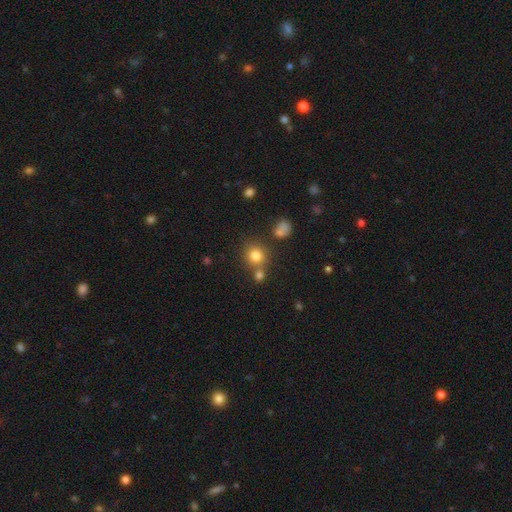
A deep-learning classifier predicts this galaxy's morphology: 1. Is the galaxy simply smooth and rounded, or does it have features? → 79% smooth, 14% star or artifact, 7% featured or disk.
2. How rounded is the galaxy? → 87% round, 12% in between, 1% cigar-shaped.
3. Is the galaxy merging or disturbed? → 67% none, 20% merger, 9% minor disturbance, 4% major disturbance.